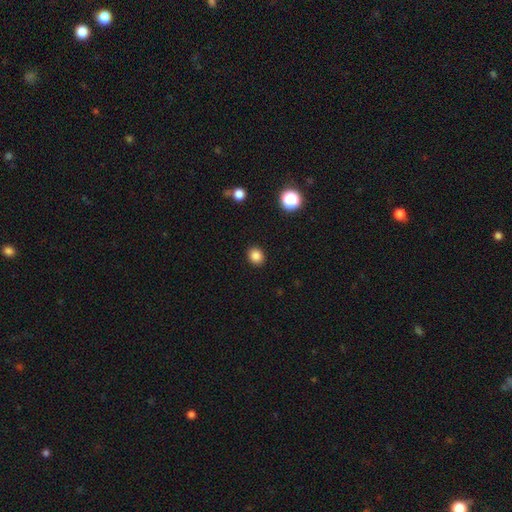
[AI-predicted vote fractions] smooth 85%, star or artifact 12%, featured or disk 4%. Down the decision tree: how rounded — round (69%); merging — none (91%).